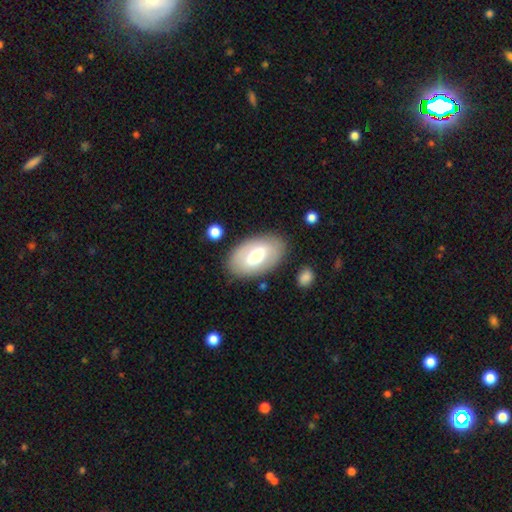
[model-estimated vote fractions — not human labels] Smooth or featured? smooth (53%)
How rounded? in between (93%)
Merging? none (83%)